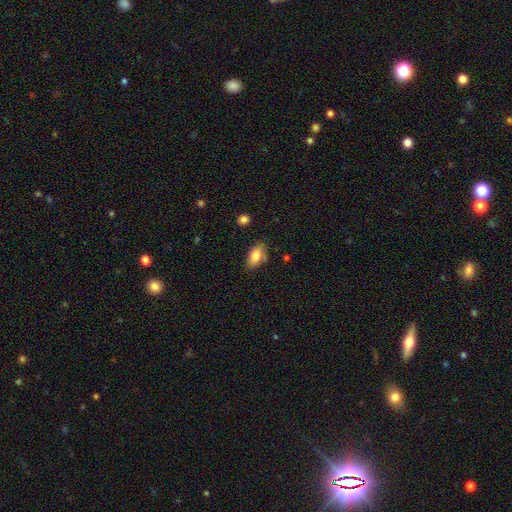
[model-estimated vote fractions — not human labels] A smooth galaxy with no disk features (81%) that is in between round and cigar-shaped (90%). Merging: none (75%).